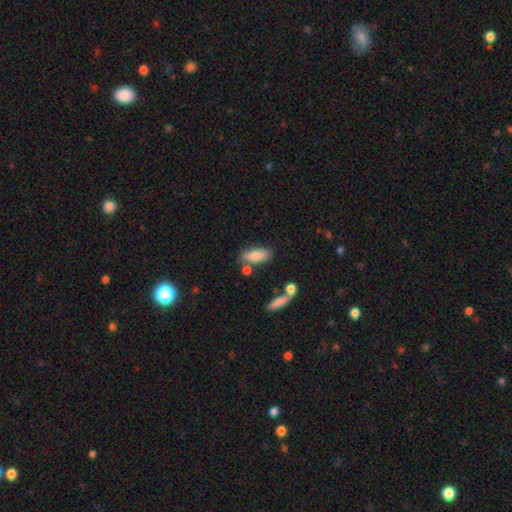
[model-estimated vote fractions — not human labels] The model was most divided on "merging": none: 68%, minor disturbance: 16%, merger: 12%, major disturbance: 5%. More confident: smooth or featured — smooth (80%); how rounded — in between (78%).